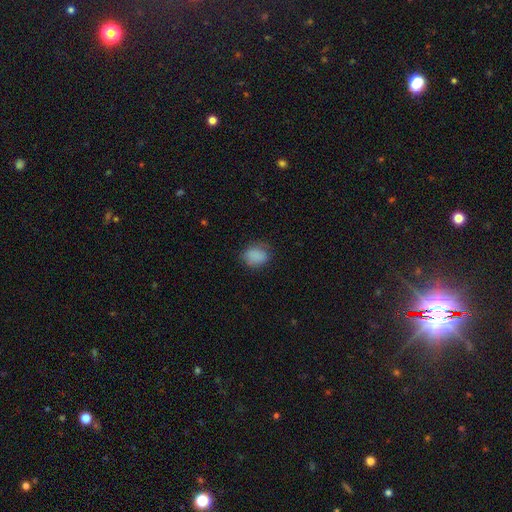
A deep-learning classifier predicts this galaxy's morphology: Smooth or featured: smooth — 86% (star or artifact — 9%)
How rounded: in between — 59% (round — 39%)
Merging: none — 77% (minor disturbance — 17%)